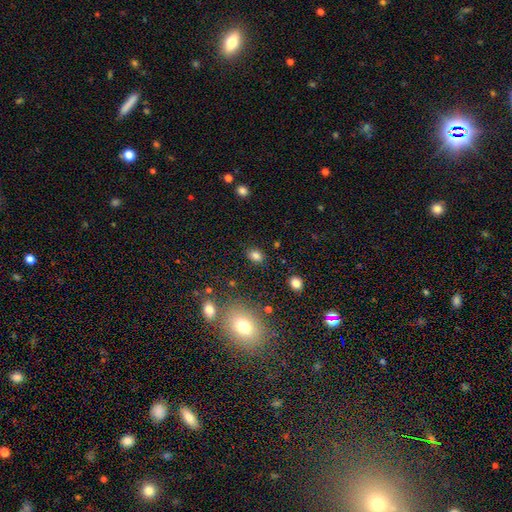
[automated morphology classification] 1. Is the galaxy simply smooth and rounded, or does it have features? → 81% smooth, 13% star or artifact, 6% featured or disk.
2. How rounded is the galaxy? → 57% in between, 41% round, 1% cigar-shaped.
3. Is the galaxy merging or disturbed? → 83% none, 10% minor disturbance, 3% major disturbance, 3% merger.